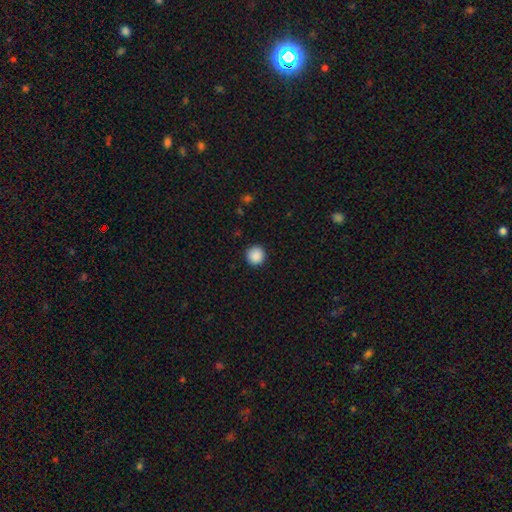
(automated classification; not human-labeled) Overall: smooth (89%). How rounded: round (95%). Merging: none (92%).